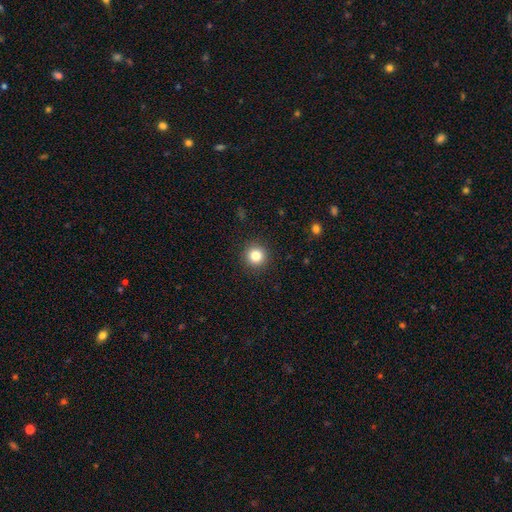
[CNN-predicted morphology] The model was most divided on "smooth or featured": smooth: 83%, star or artifact: 11%, featured or disk: 6%. More confident: how rounded — round (95%); merging — none (92%).